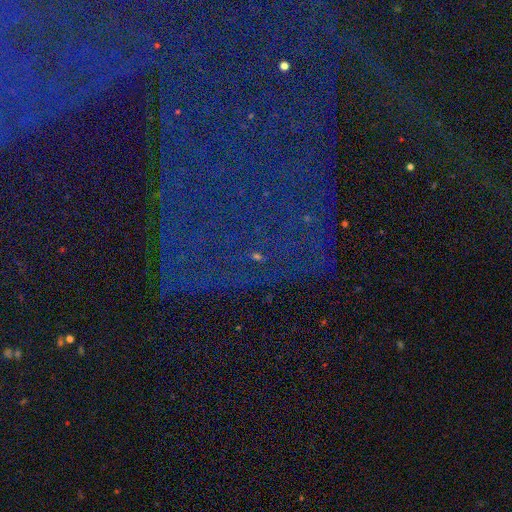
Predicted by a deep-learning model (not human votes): The model was most divided on "smooth or featured": star or artifact: 83%, featured or disk: 9%, smooth: 8%.